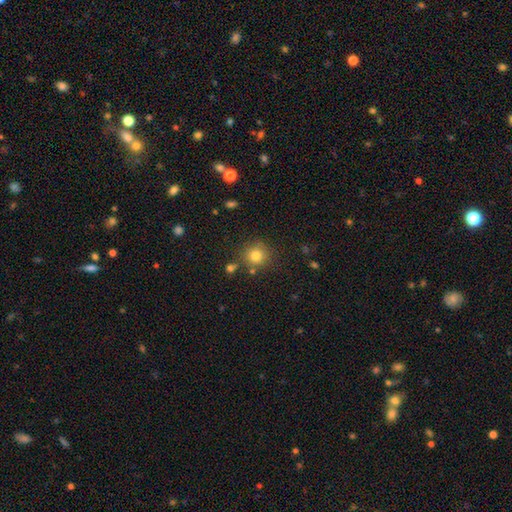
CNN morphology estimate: smooth-or-featured: smooth: 81% | star or artifact: 12% | featured or disk: 7%
  how-rounded: round: 91% | in between: 8% | cigar-shaped: 1%
  merging: none: 79% | minor disturbance: 10% | merger: 7% | major disturbance: 4%